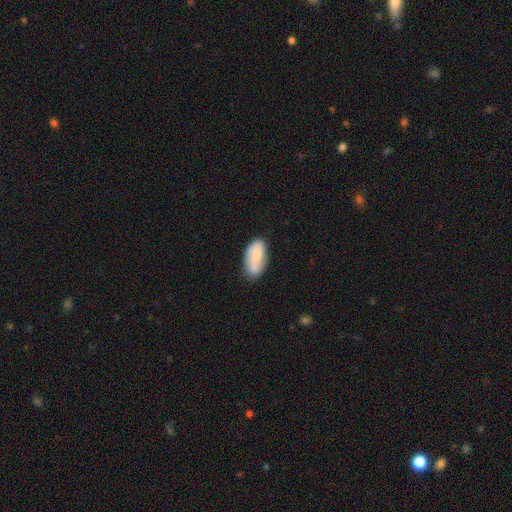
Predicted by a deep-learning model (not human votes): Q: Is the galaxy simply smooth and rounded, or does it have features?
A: smooth — 69%.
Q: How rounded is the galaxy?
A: in between — 90%.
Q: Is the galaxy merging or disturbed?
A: none — 63%.